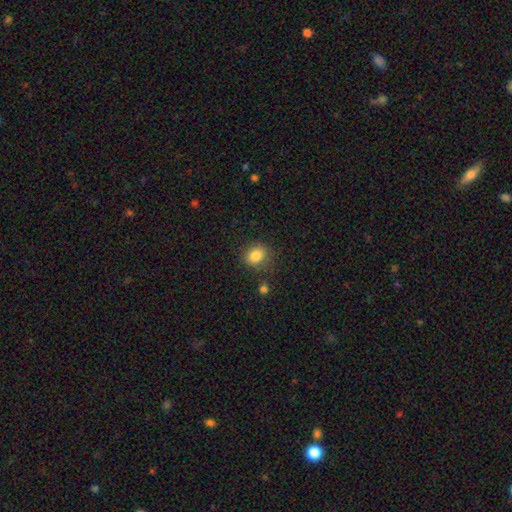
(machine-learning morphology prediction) smooth-or-featured: smooth: 84% | star or artifact: 10% | featured or disk: 6%
  how-rounded: round: 63% | in between: 36% | cigar-shaped: 1%
  merging: none: 78% | minor disturbance: 14% | major disturbance: 4% | merger: 3%